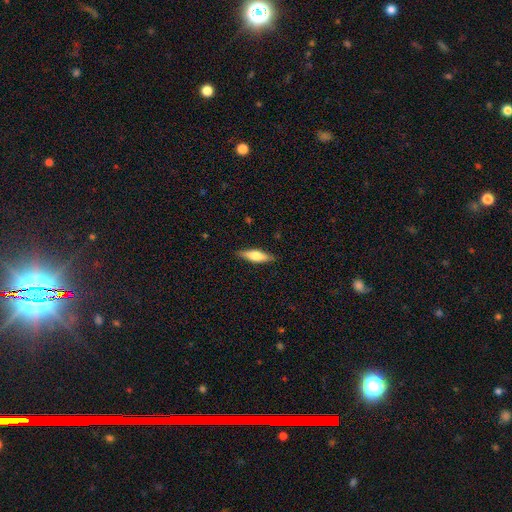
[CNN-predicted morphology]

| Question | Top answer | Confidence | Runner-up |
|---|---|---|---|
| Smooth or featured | smooth | 63% | featured or disk (31%) |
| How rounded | cigar-shaped | 55% | in between (43%) |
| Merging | none | 88% | minor disturbance (9%) |